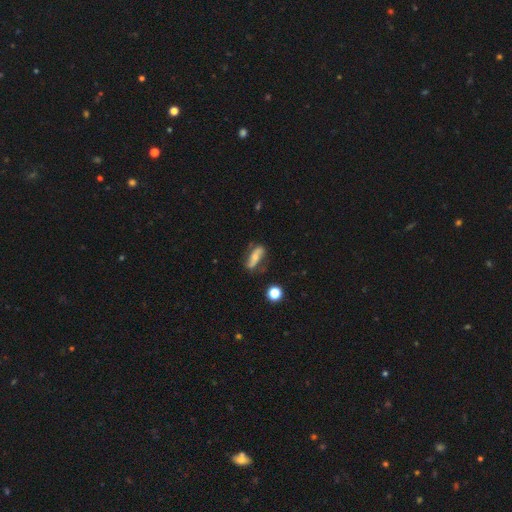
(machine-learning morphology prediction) This is possibly a featured or disk galaxy (56%). It is likely not viewed edge-on (77%). Merging: likely none (64%).